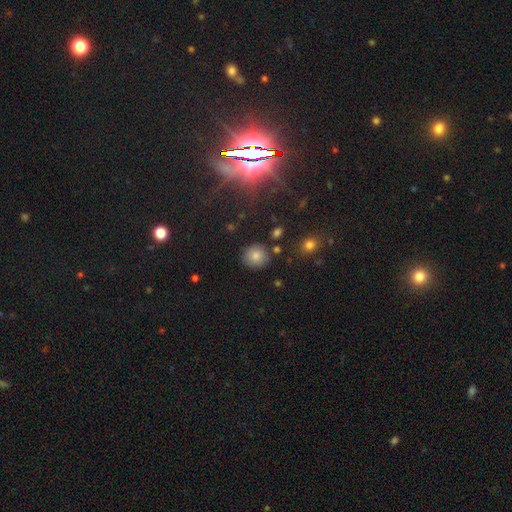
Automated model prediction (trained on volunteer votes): Smooth or featured?
  - smooth: 81% *
  - star or artifact: 12%
  - featured or disk: 7%
How rounded?
  - round: 87% *
  - in between: 12%
  - cigar-shaped: 1%
Merging?
  - none: 86% *
  - minor disturbance: 8%
  - merger: 3%
  - major disturbance: 2%